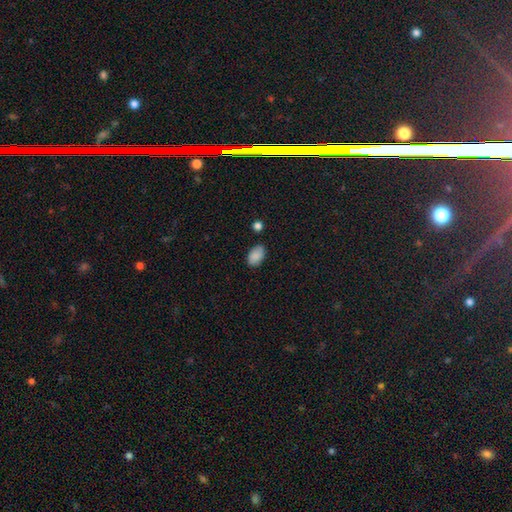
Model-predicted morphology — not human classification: Overall: smooth (86%). How rounded: in between (90%). Merging: none (77%).